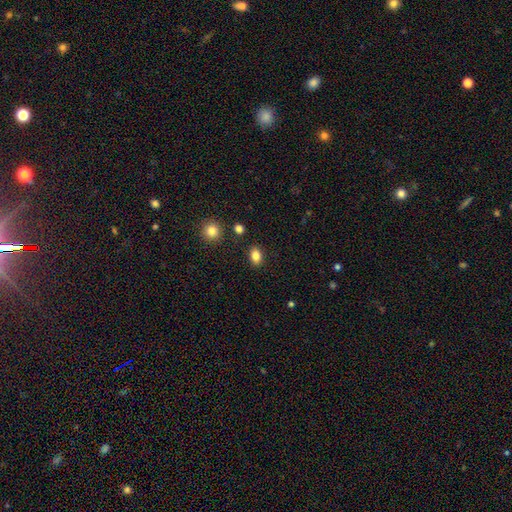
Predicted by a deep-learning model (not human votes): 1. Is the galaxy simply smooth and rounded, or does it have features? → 84% smooth, 10% star or artifact, 6% featured or disk.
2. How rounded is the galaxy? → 75% in between, 23% round, 1% cigar-shaped.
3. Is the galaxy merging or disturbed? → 87% none, 8% minor disturbance, 2% merger, 2% major disturbance.